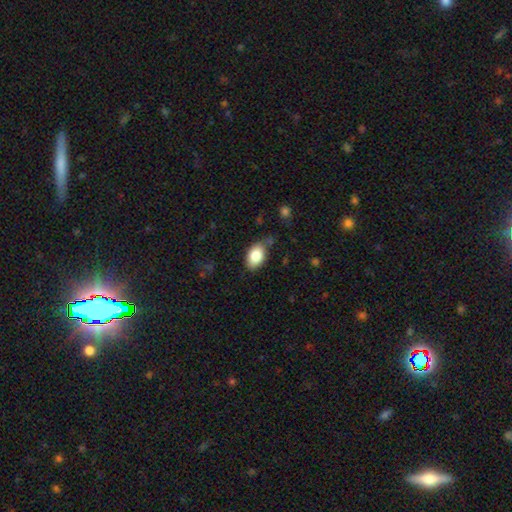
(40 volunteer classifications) Smooth or featured? 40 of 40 (100%) said smooth. How rounded? 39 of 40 (98%) said in between. Merging? 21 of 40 (52%) said none.